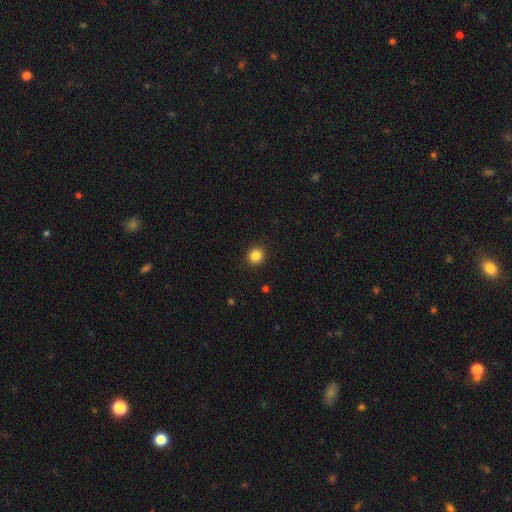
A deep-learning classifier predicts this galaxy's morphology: Smooth or featured: smooth — 85% (star or artifact — 11%)
How rounded: round — 88% (in between — 12%)
Merging: none — 92% (minor disturbance — 5%)